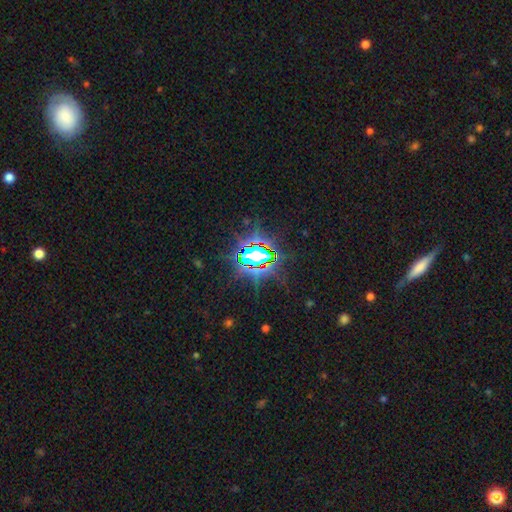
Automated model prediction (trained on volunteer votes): A star or artifact, not a galaxy (77%).

Vote fractions:
- Smooth or featured? star or artifact: 77% / smooth: 12% / featured or disk: 11%